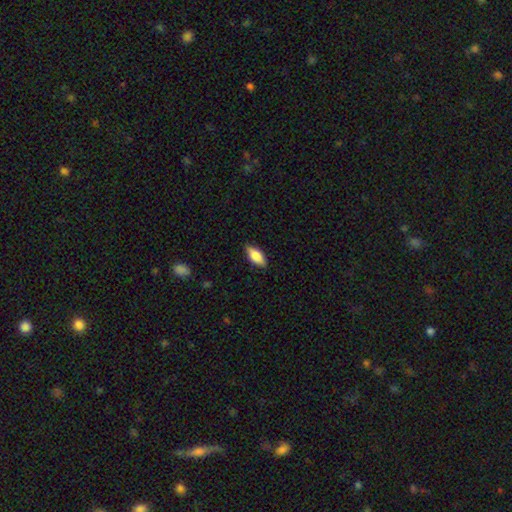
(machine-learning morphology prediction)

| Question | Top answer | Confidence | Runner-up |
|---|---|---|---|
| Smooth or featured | smooth | 76% | featured or disk (18%) |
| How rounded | in between | 83% | cigar-shaped (14%) |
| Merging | none | 84% | minor disturbance (12%) |